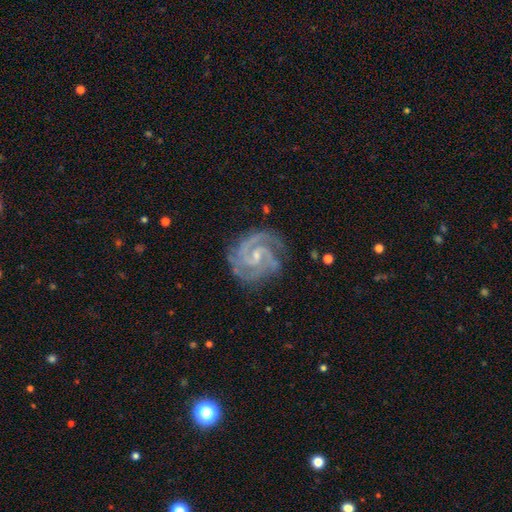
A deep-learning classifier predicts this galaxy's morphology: Q: Smooth or featured?
A: featured or disk (93%); runner-up: star or artifact (4%)
Q: Edge-on disk?
A: no (98%); runner-up: yes (2%)
Q: Bar?
A: weak (50%); runner-up: no (33%)
Q: Spiral arms?
A: yes (99%); runner-up: no (1%)
Q: Spiral winding?
A: tight (59%); runner-up: medium (38%)
Q: Spiral arm count?
A: 2 (62%); runner-up: 3 (24%)
Q: Bulge size?
A: small (69%); runner-up: moderate (22%)
Q: Merging?
A: none (76%); runner-up: minor disturbance (17%)